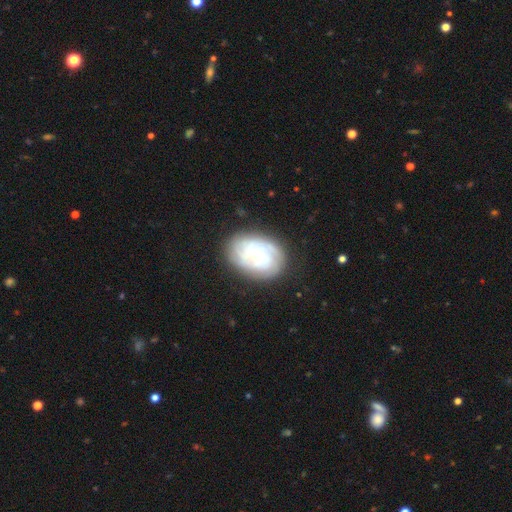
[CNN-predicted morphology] A featured or disk galaxy (76%) with no bar (79%), tight (72%) spiral arms (88%) and a moderate central bulge (53%).

Vote fractions:
- Smooth or featured? featured or disk: 76% / smooth: 18% / star or artifact: 6%
- Edge-on disk? no: 97% / yes: 3%
- Bar? no: 79% / weak: 18% / strong: 4%
- Spiral arms? yes: 88% / no: 12%
- Spiral winding? tight: 72% / medium: 21% / loose: 7%
- Spiral arm count? can't tell: 44% / 3: 18% / 2: 17% / 4: 10% / more than 4: 6% / 1: 5%
- Bulge size? moderate: 53% / small: 42% / large: 3% / none: 1% / dominant: 1%
- Merging? none: 77% / minor disturbance: 16% / major disturbance: 5% / merger: 1%